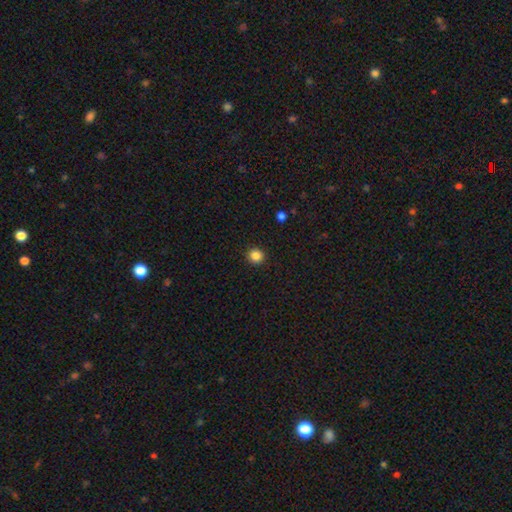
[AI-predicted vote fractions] This appears to be a smooth galaxy with no disk features (86%) that is round (93%). Merging: none (92%).